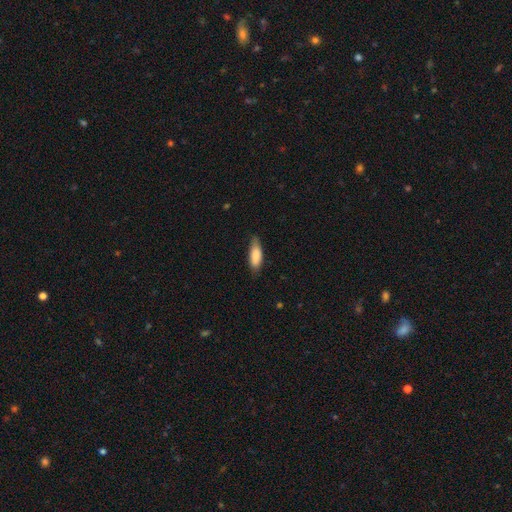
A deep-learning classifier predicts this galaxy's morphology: type=smooth (84%); roundness=in between (66%); merging=none (72%).